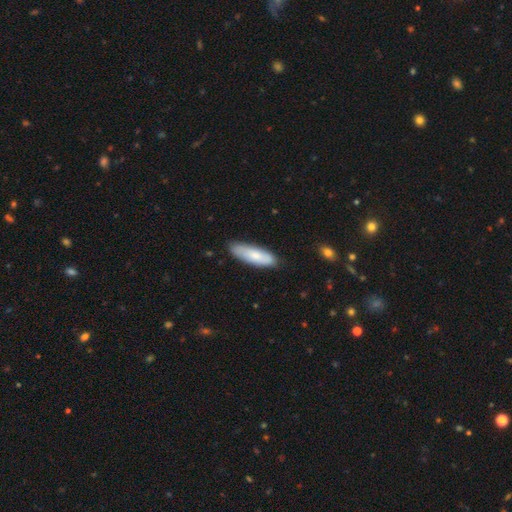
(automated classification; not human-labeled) Smooth or featured? Predicted: smooth (p=0.78). How rounded? Predicted: cigar-shaped (p=0.51). Merging? Predicted: none (p=0.83).